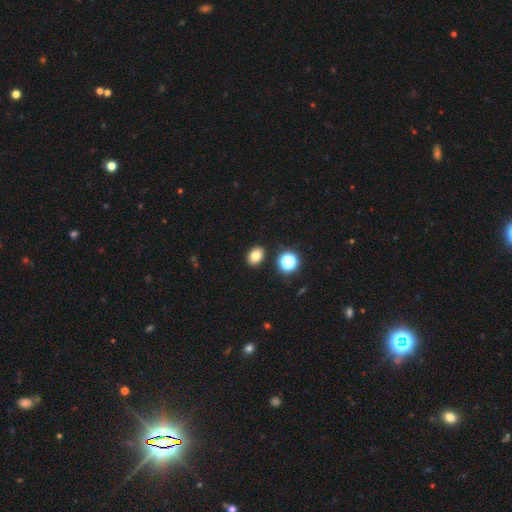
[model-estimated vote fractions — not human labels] Overall: smooth (79%). How rounded: in between (71%). Merging: none (88%).